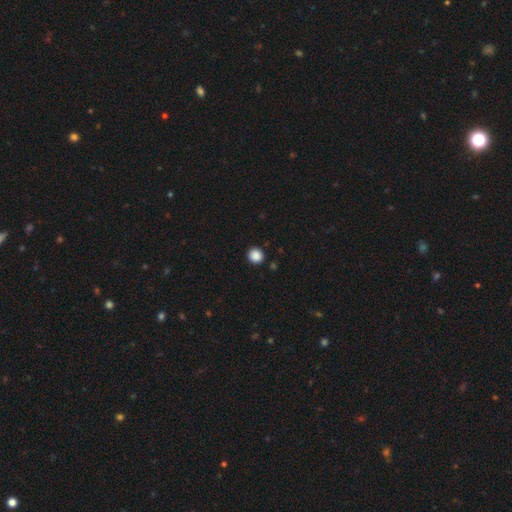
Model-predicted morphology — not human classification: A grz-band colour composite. It shows a smooth galaxy with no disk features (88%) that is round (90%). Merging: none (92%).